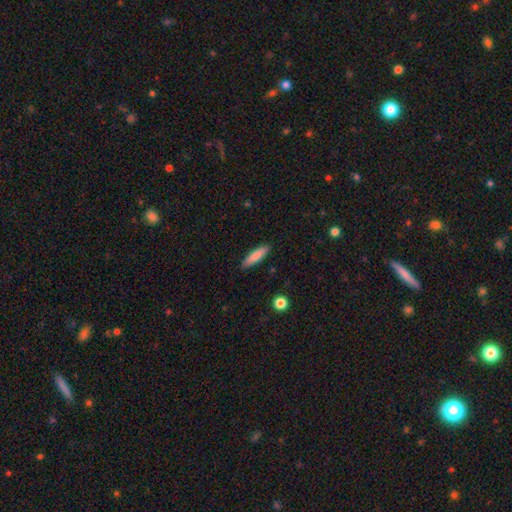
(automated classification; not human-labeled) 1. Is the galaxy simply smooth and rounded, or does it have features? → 82% smooth, 11% featured or disk, 6% star or artifact.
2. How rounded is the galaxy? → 73% cigar-shaped, 26% in between, 2% round.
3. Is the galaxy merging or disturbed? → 89% none, 8% minor disturbance, 2% major disturbance, 1% merger.